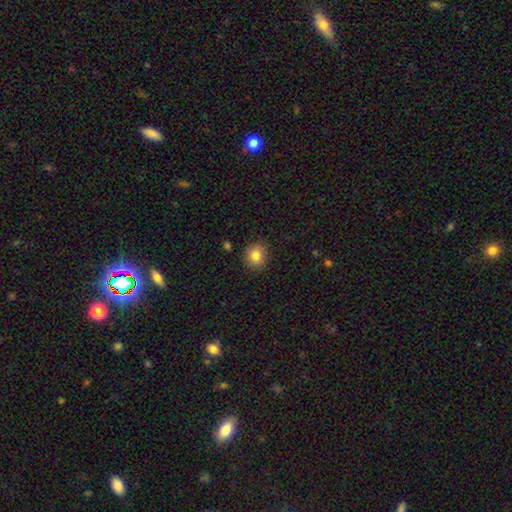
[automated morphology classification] The model was most divided on "how rounded": round: 78%, in between: 21%, cigar-shaped: 1%. More confident: merging — none (87%); smooth or featured — smooth (83%).